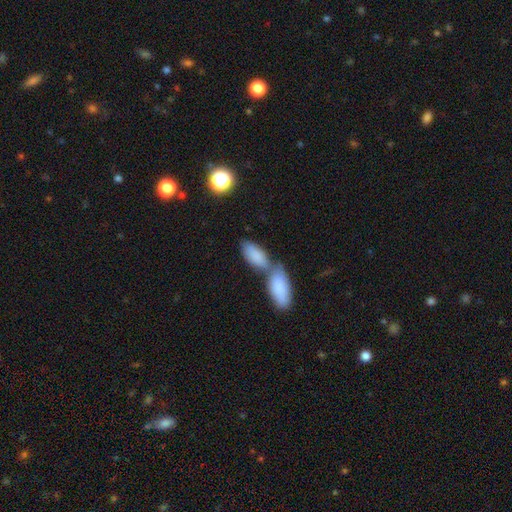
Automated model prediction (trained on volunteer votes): A smooth galaxy with no disk features (84%) that is in between round and cigar-shaped (84%).

Vote fractions:
- Smooth or featured? smooth: 84% / featured or disk: 10% / star or artifact: 6%
- How rounded? in between: 84% / cigar-shaped: 14% / round: 2%
- Merging? merger: 54% / none: 31% / minor disturbance: 11% / major disturbance: 4%